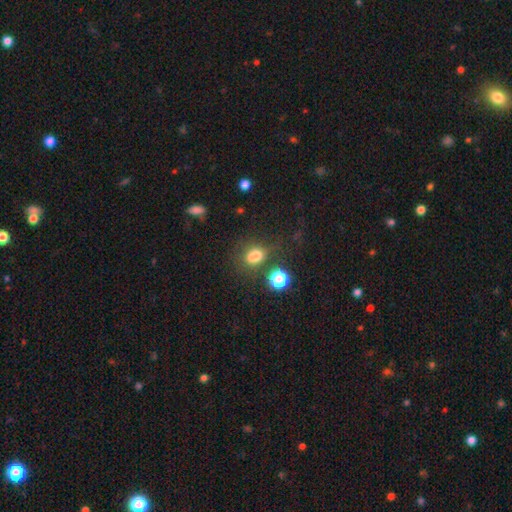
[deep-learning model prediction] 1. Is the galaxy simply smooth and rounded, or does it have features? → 75% smooth, 17% star or artifact, 8% featured or disk.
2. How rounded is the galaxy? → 55% in between, 43% round, 2% cigar-shaped.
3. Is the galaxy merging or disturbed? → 58% none, 18% minor disturbance, 14% merger, 10% major disturbance.